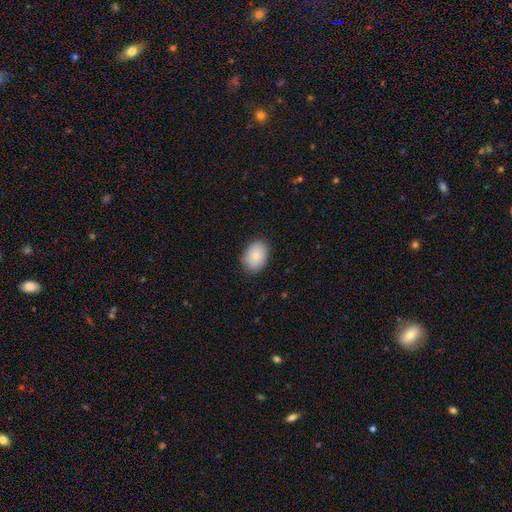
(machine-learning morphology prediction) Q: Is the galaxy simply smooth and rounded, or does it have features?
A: smooth — 84%.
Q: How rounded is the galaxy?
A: in between — 72%.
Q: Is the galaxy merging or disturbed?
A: none — 86%.